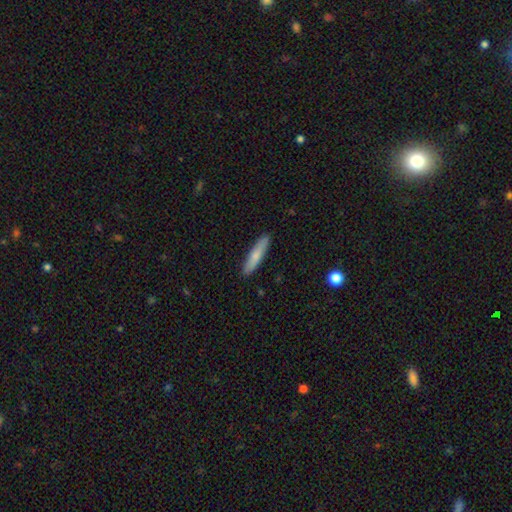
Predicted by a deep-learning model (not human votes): Smooth or featured: smooth — 74% (featured or disk — 20%)
How rounded: cigar-shaped — 86% (in between — 13%)
Merging: none — 90% (minor disturbance — 8%)